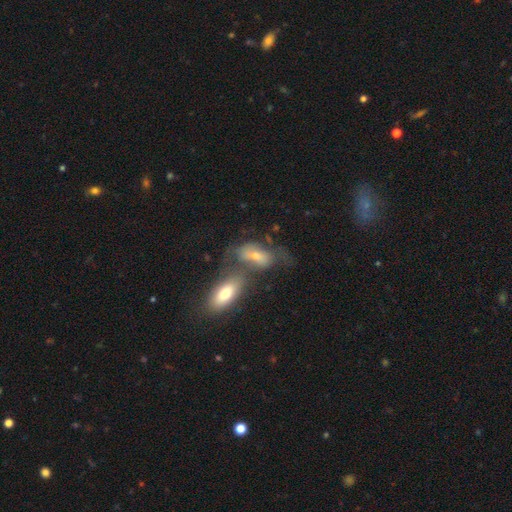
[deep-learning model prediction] Smooth or featured? smooth (46%)
Merging? merger (42%)